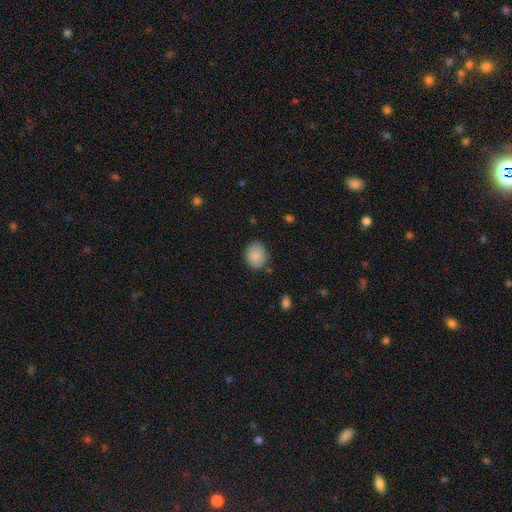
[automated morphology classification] smooth 87%, star or artifact 8%, featured or disk 5%. Down the decision tree: how rounded — round (61%); merging — none (79%).